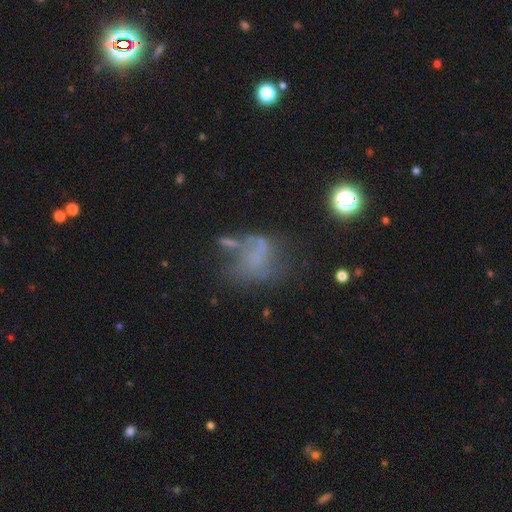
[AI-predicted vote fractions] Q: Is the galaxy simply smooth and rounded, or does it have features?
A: featured or disk — 39%.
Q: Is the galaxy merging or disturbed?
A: major disturbance — 35%.